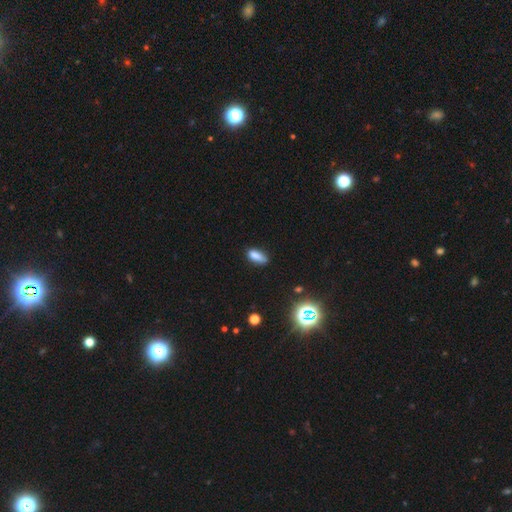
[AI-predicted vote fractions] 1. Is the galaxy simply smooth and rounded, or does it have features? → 81% smooth, 12% star or artifact, 8% featured or disk.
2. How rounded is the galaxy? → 78% in between, 18% cigar-shaped, 3% round.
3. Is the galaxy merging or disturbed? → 66% none, 26% minor disturbance, 5% major disturbance, 3% merger.